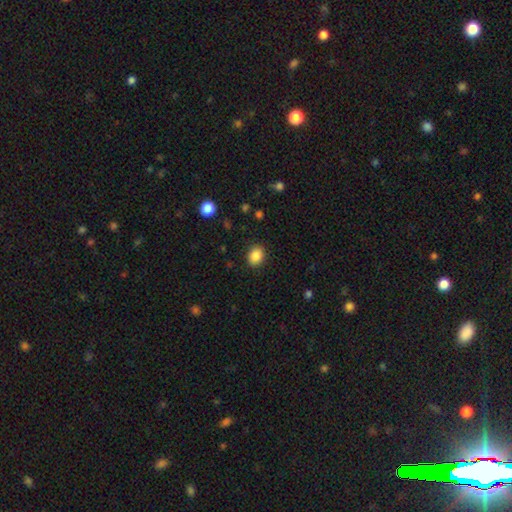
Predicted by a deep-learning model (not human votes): Smooth or featured? Predicted: smooth (p=0.87). How rounded? Predicted: in between (p=0.53). Merging? Predicted: none (p=0.89).